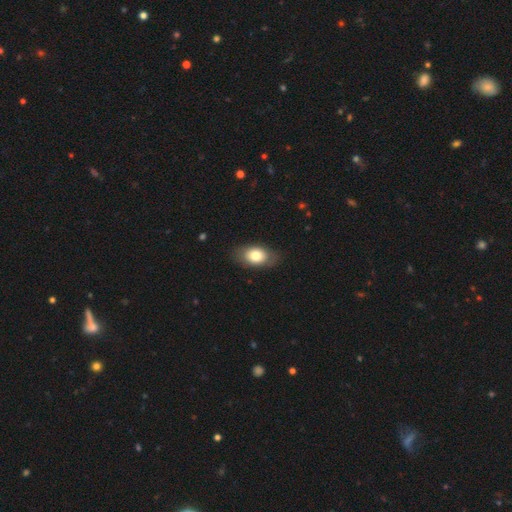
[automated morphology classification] The model was most divided on "smooth or featured": smooth: 76%, featured or disk: 17%, star or artifact: 7%. More confident: how rounded — in between (86%); merging — none (81%).